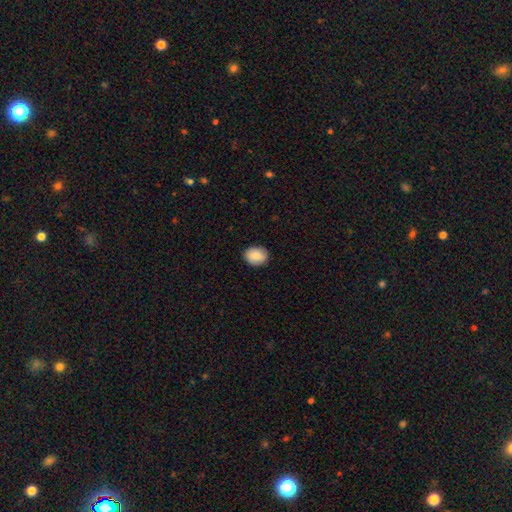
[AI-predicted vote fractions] Smooth or featured? Predicted: smooth (p=0.83). How rounded? Predicted: round (p=0.51). Merging? Predicted: none (p=0.88).